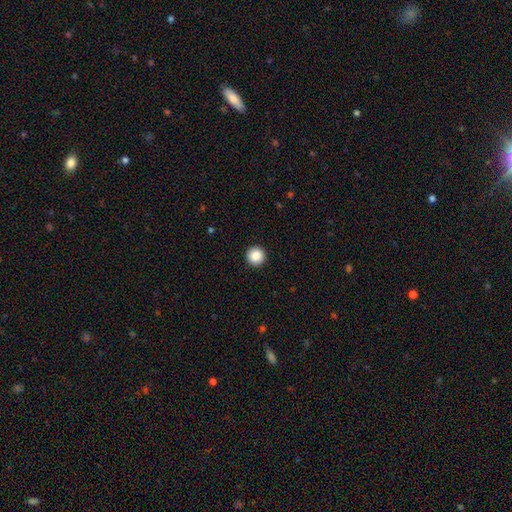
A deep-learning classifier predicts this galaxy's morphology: type=smooth (87%); roundness=round (96%); merging=none (93%).